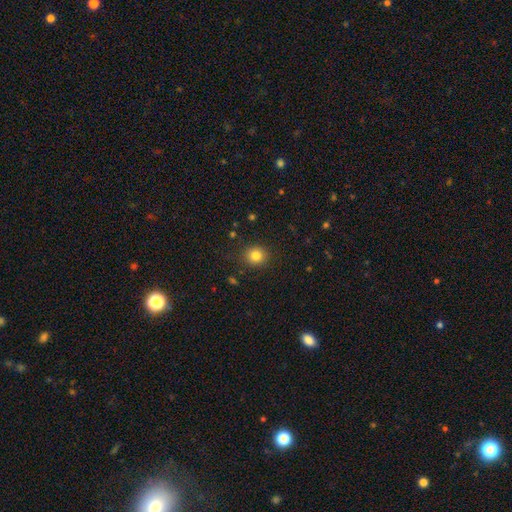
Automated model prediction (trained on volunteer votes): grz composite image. It shows a smooth galaxy with no disk features (82%) that is round (84%). Merging: none (89%).